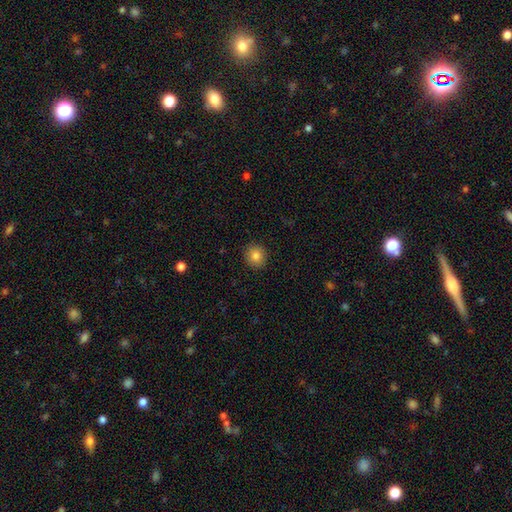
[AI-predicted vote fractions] smooth-or-featured: smooth: 83% | star or artifact: 10% | featured or disk: 7%
  how-rounded: round: 89% | in between: 10% | cigar-shaped: 1%
  merging: none: 91% | minor disturbance: 6% | major disturbance: 2% | merger: 1%